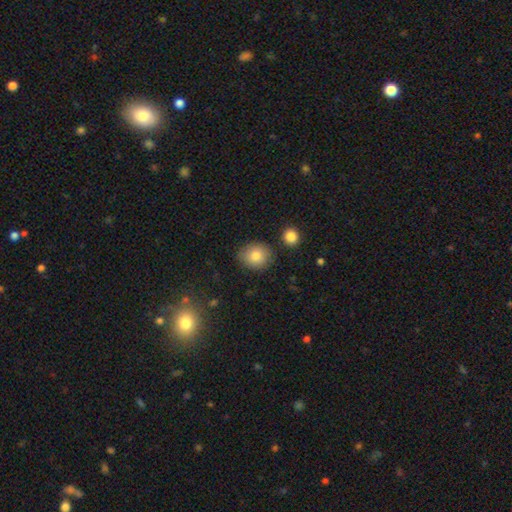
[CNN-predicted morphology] smooth_or_featured: smooth (p=0.84) [alt: star or artifact p=0.08]
how_rounded: round (p=0.64) [alt: in between p=0.35]
merging: none (p=0.81) [alt: minor disturbance p=0.13]